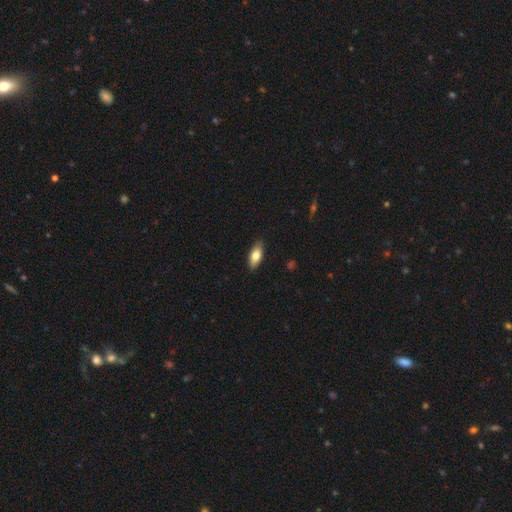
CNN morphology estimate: A smooth galaxy with no disk features (75%) that is in between round and cigar-shaped (82%).

Vote fractions:
- Smooth or featured? smooth: 75% / featured or disk: 18% / star or artifact: 6%
- How rounded? in between: 82% / cigar-shaped: 15% / round: 3%
- Merging? none: 87% / minor disturbance: 10% / major disturbance: 2% / merger: 1%